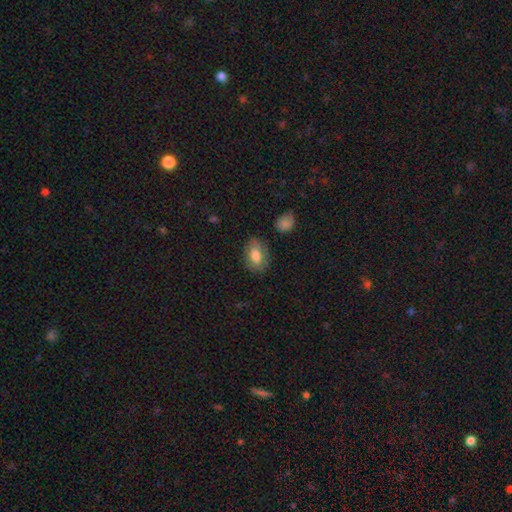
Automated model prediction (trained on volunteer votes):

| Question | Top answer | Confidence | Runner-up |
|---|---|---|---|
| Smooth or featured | smooth | 79% | featured or disk (14%) |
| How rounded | in between | 85% | round (14%) |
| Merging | none | 78% | minor disturbance (16%) |